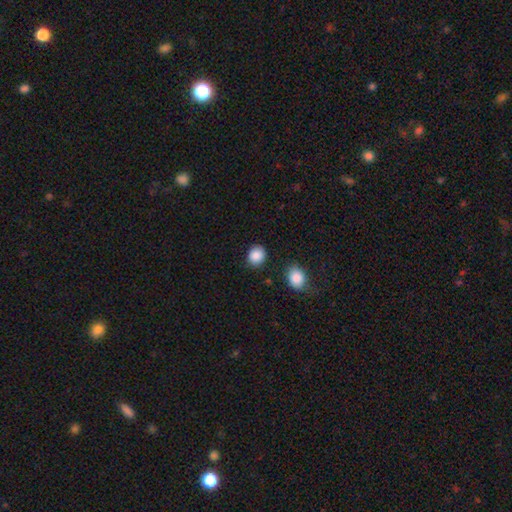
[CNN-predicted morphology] Smooth or featured? smooth (88%)
How rounded? round (73%)
Merging? none (83%)